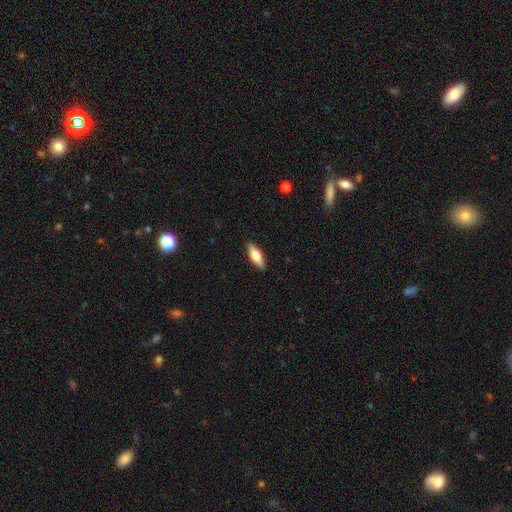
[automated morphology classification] type=smooth (63%); roundness=in between (56%); merging=none (89%).